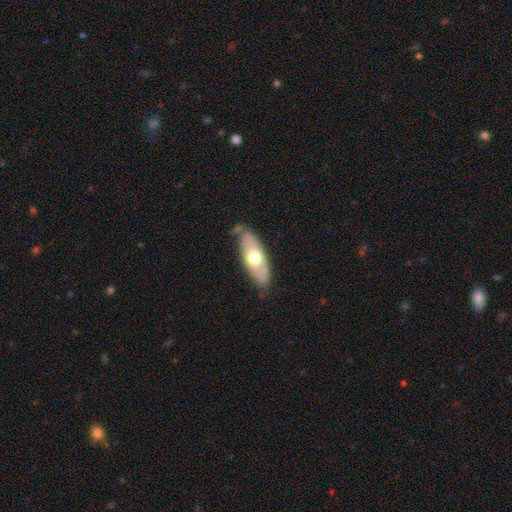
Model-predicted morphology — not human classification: type=smooth (50%); roundness=in between (75%); merging=none (76%).